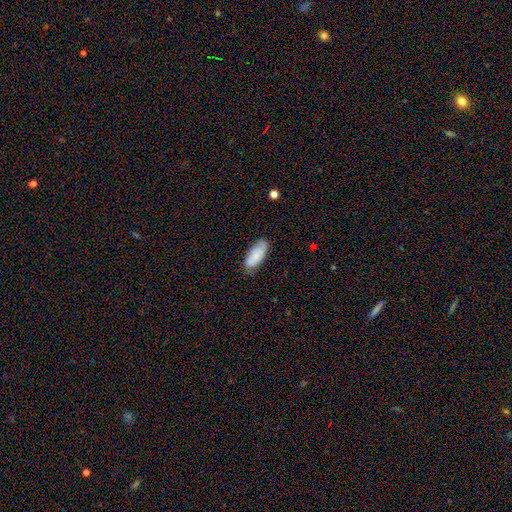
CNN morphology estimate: Smooth or featured? Predicted: smooth (p=0.80). How rounded? Predicted: in between (p=0.83). Merging? Predicted: none (p=0.70).